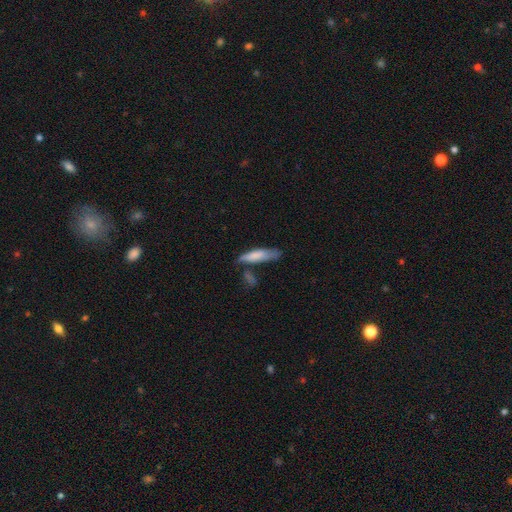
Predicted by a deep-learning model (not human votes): smooth-or-featured: smooth: 74% | featured or disk: 20% | star or artifact: 6%
  how-rounded: cigar-shaped: 69% | in between: 29% | round: 2%
  merging: none: 48% | minor disturbance: 27% | merger: 14% | major disturbance: 12%